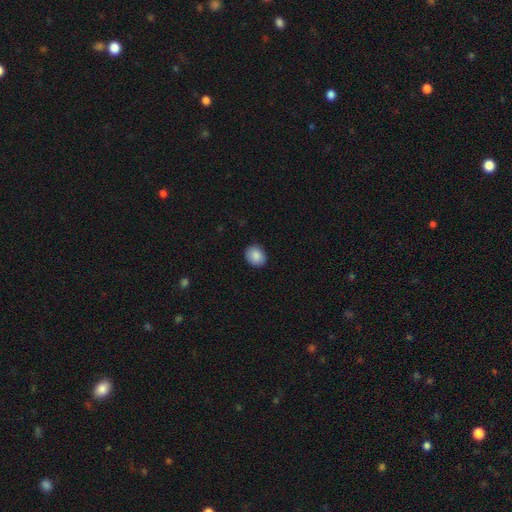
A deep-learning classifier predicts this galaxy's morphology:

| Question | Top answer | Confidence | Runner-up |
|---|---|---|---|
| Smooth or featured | smooth | 88% | star or artifact (7%) |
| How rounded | round | 64% | in between (35%) |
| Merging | none | 88% | minor disturbance (9%) |